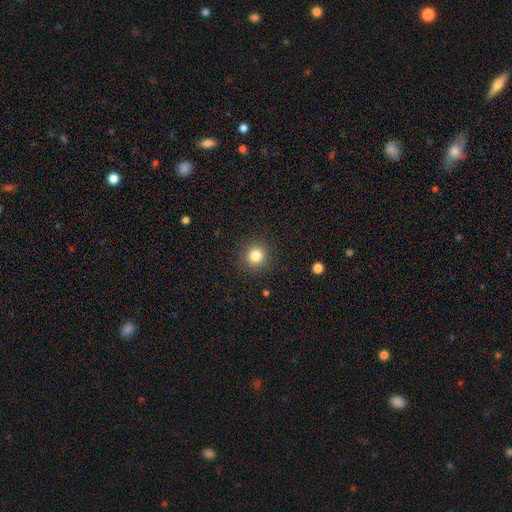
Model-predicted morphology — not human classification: A smooth galaxy with no disk features (82%) that is round (93%).

Vote fractions:
- Smooth or featured? smooth: 82% / star or artifact: 12% / featured or disk: 6%
- How rounded? round: 93% / in between: 6% / cigar-shaped: 1%
- Merging? none: 91% / minor disturbance: 6% / major disturbance: 2% / merger: 1%